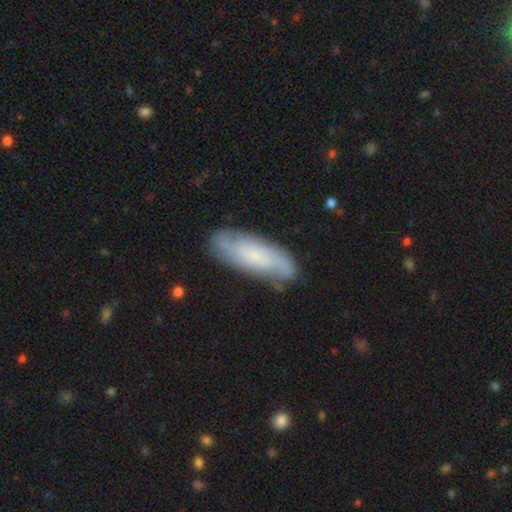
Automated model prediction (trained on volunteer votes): This is possibly a featured or disk galaxy (53%). It is clearly not viewed edge-on (83%). Merging: likely none (75%).